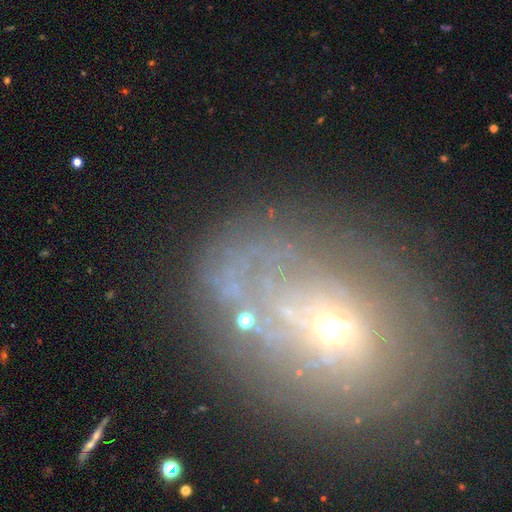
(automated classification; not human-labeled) A featured or disk galaxy (52%). Merging: none (61%).